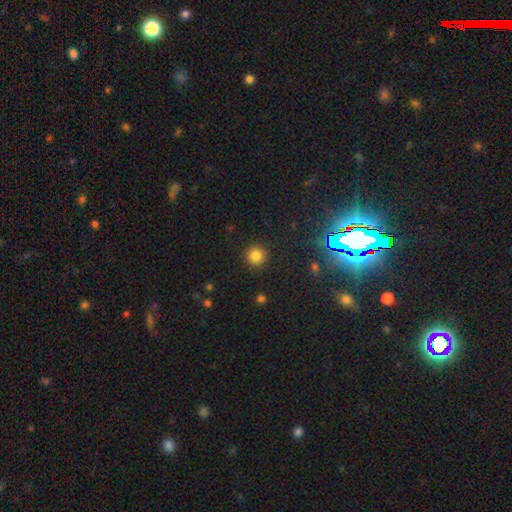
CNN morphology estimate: Q: Smooth or featured?
A: smooth (81%); runner-up: star or artifact (14%)
Q: How rounded?
A: round (94%); runner-up: in between (5%)
Q: Merging?
A: none (90%); runner-up: minor disturbance (6%)